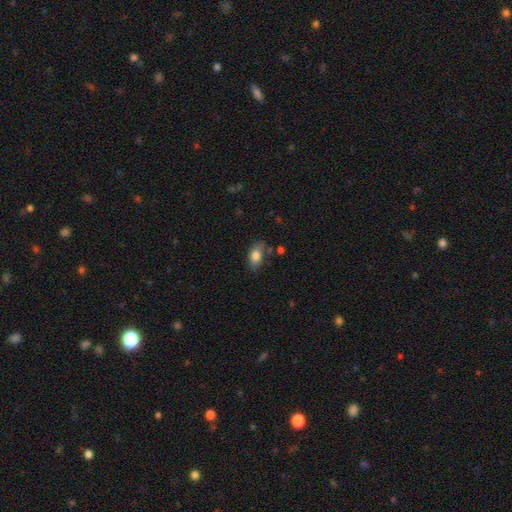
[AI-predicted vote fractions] Smooth or featured: smooth — 80% (featured or disk — 12%)
How rounded: in between — 89% (round — 7%)
Merging: none — 73% (minor disturbance — 18%)